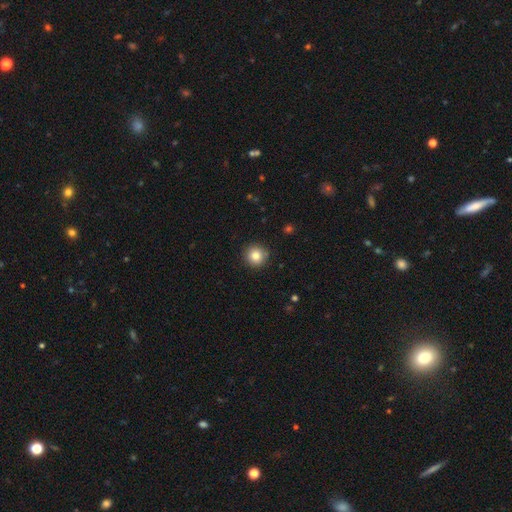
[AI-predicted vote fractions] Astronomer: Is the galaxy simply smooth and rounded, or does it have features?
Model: smooth — 83%.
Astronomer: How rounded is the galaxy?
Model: round — 95%.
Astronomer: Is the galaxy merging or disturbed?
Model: none — 91%.